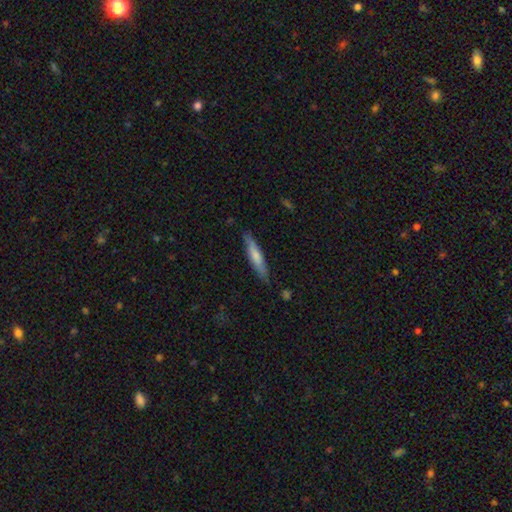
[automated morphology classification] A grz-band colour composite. It shows a smooth galaxy with no disk features (65%) that is cigar-shaped (88%). Merging: none (83%).